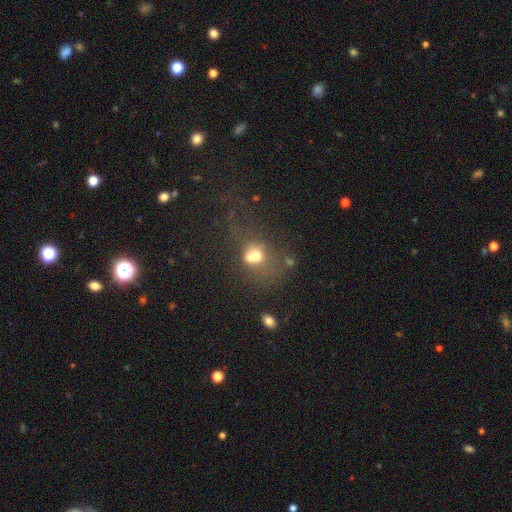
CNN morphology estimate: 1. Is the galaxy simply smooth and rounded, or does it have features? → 53% smooth, 29% featured or disk, 19% star or artifact.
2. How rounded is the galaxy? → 52% in between, 46% round, 2% cigar-shaped.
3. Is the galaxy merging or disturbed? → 46% merger, 24% none, 17% major disturbance, 12% minor disturbance.